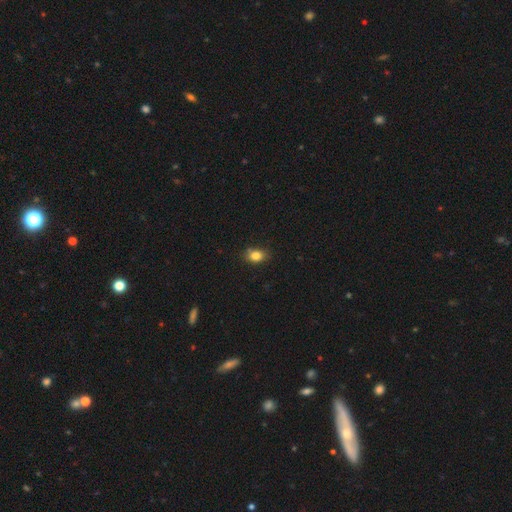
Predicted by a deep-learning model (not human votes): A smooth galaxy with no disk features (82%) that is in between round and cigar-shaped (72%).

Vote fractions:
- Smooth or featured? smooth: 82% / star or artifact: 10% / featured or disk: 7%
- How rounded? in between: 72% / round: 27% / cigar-shaped: 2%
- Merging? none: 79% / minor disturbance: 16% / major disturbance: 3% / merger: 2%